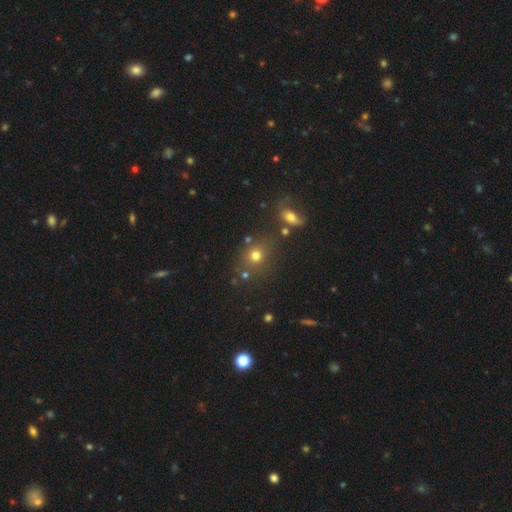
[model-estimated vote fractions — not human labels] Smooth or featured: smooth — 71% (star or artifact — 19%)
How rounded: round — 75% (in between — 23%)
Merging: none — 72% (minor disturbance — 12%)